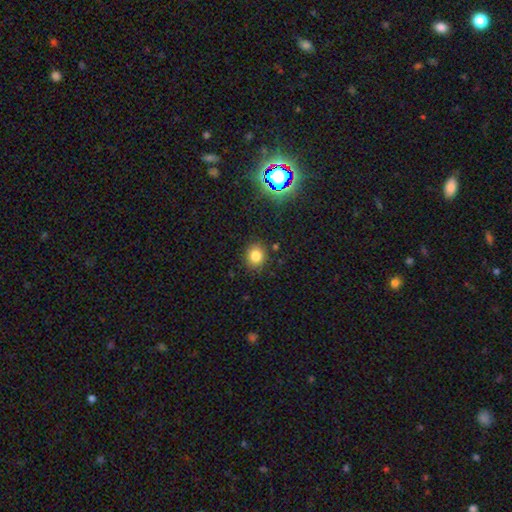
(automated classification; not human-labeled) A smooth galaxy with no disk features (80%) that is round (76%).

Vote fractions:
- Smooth or featured? smooth: 80% / star or artifact: 14% / featured or disk: 6%
- How rounded? round: 76% / in between: 23% / cigar-shaped: 1%
- Merging? none: 87% / minor disturbance: 9% / major disturbance: 3% / merger: 2%